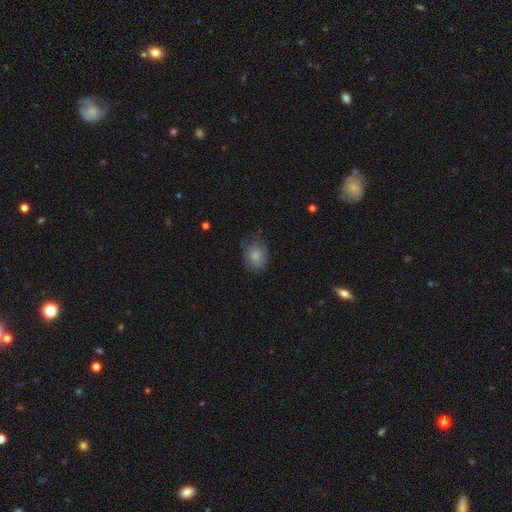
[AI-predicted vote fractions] A smooth galaxy with no disk features (80%) that is in between round and cigar-shaped (56%). Merging: none (62%).